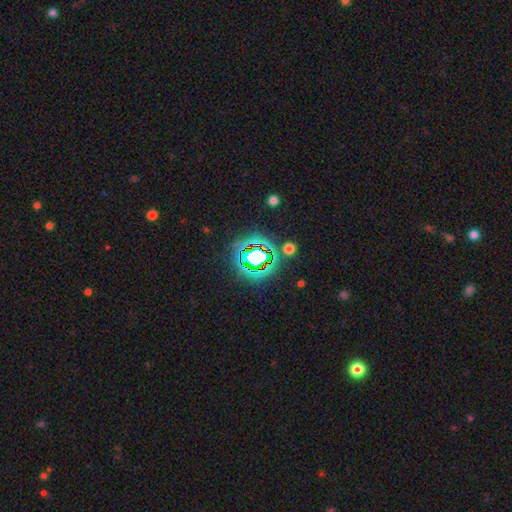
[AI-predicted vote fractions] smooth-or-featured: star or artifact: 67% | smooth: 22% | featured or disk: 11%